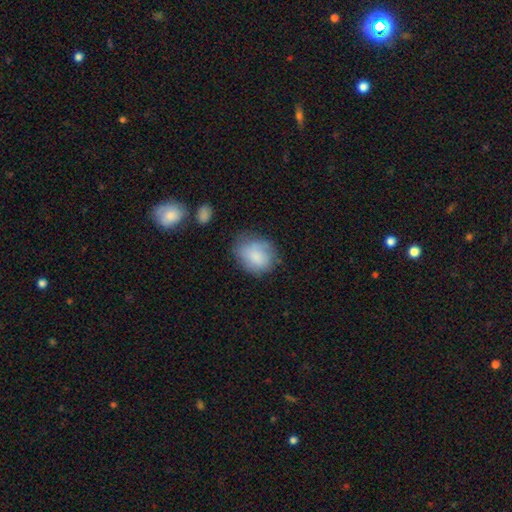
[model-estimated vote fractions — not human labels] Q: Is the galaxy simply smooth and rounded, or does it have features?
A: smooth — 81%.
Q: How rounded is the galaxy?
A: in between — 51%.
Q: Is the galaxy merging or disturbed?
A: none — 58%.